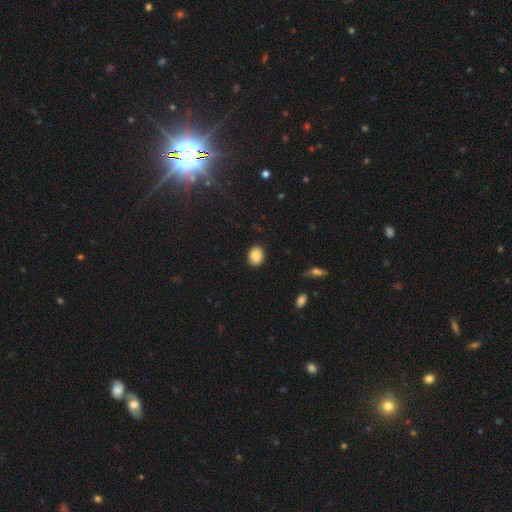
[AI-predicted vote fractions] A smooth galaxy with no disk features (88%) that is round (52%). Merging: none (89%).